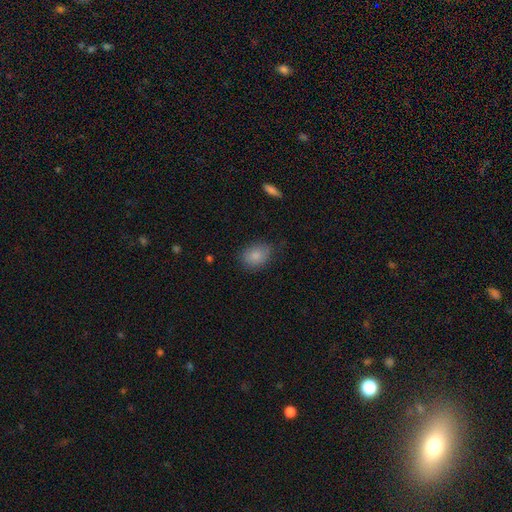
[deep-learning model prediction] A smooth galaxy with no disk features (84%) that is in between round and cigar-shaped (63%).

Vote fractions:
- Smooth or featured? smooth: 84% / star or artifact: 8% / featured or disk: 8%
- How rounded? in between: 63% / round: 36% / cigar-shaped: 1%
- Merging? none: 69% / minor disturbance: 24% / major disturbance: 6% / merger: 1%